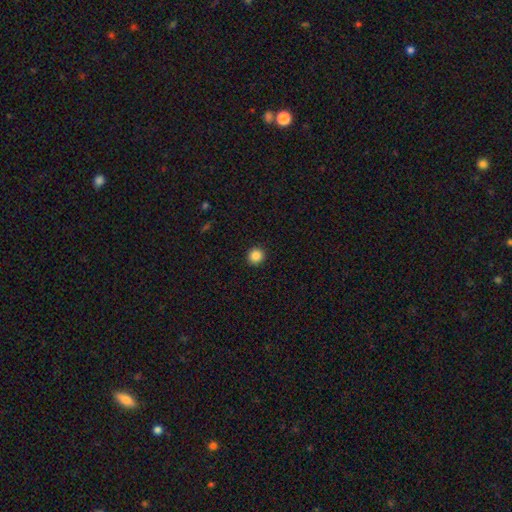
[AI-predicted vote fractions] A smooth galaxy with no disk features (86%) that is round (95%). Merging: none (93%).